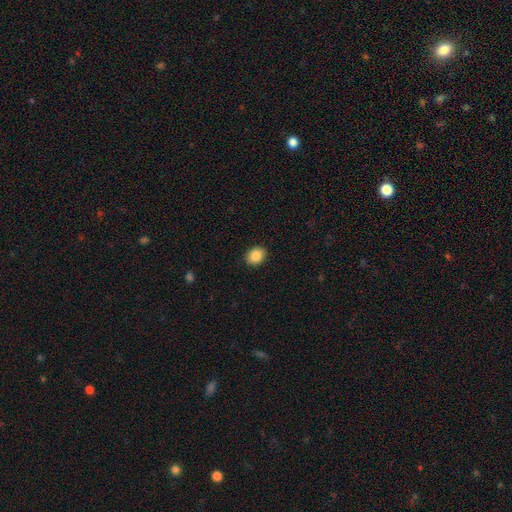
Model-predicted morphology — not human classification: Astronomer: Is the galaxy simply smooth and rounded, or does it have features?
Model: smooth — 88%.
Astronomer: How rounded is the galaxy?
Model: in between — 58% (runner-up: round, 41%).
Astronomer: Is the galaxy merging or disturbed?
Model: none — 90%.